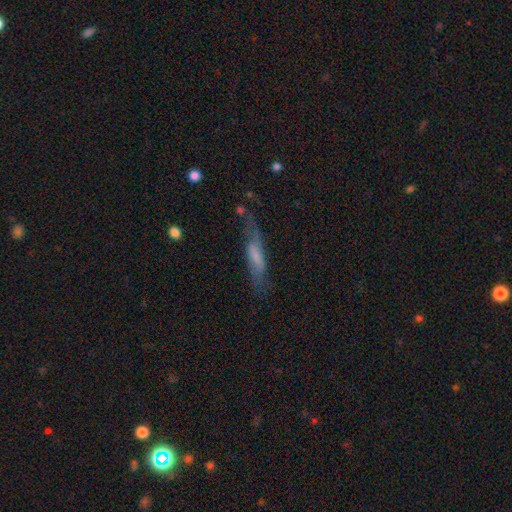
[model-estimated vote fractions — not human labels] Overall: smooth (47%; featured or disk 45%). Merging: none (54%; minor disturbance 25%).